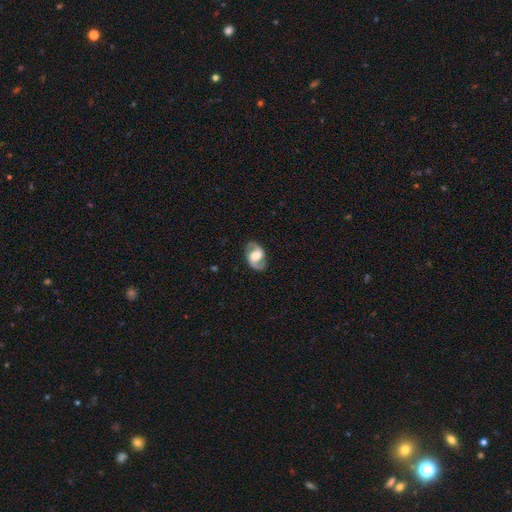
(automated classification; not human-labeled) Smooth or featured? featured or disk (81%)
Edge-on disk? no (97%)
Bar? weak (44%)
Spiral arms? yes (93%)
Spiral winding? medium (53%)
Spiral arm count? 2 (93%)
Bulge size? moderate (45%)
Merging? none (84%)